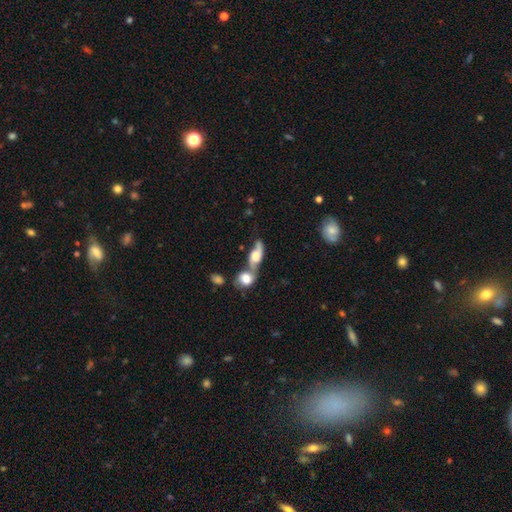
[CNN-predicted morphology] The model was most divided on "smooth or featured": featured or disk: 51%, smooth: 41%, star or artifact: 9%. More confident: edge-on disk — no (81%); merging — merger (58%).